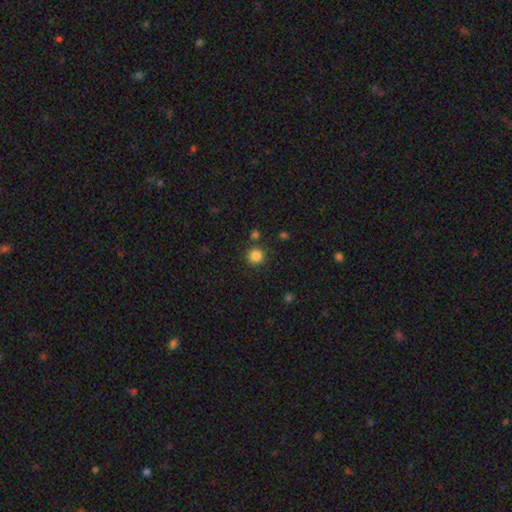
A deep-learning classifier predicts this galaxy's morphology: type=smooth (85%); roundness=round (94%); merging=none (86%).